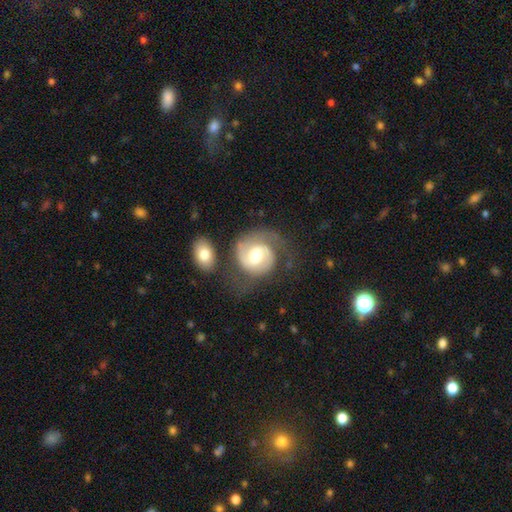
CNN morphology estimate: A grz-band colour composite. It shows a featured or disk galaxy (79%) with a weak bar (49%), 2 (79%) medium (49%) spiral arms (94%) and a moderate central bulge (66%). Merging: none (54%).